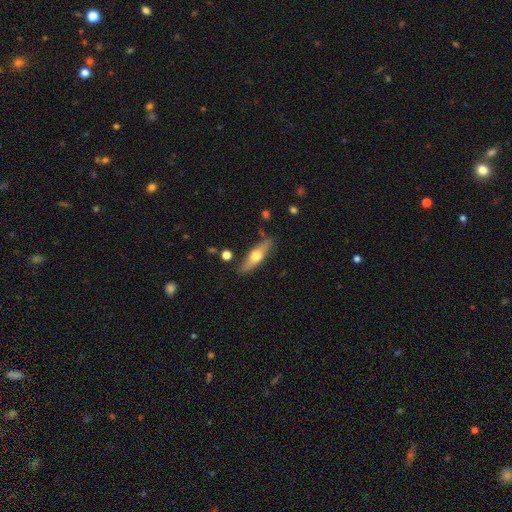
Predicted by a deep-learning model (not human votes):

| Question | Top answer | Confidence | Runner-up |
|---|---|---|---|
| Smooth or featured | smooth | 48% | featured or disk (46%) |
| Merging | none | 84% | minor disturbance (11%) |